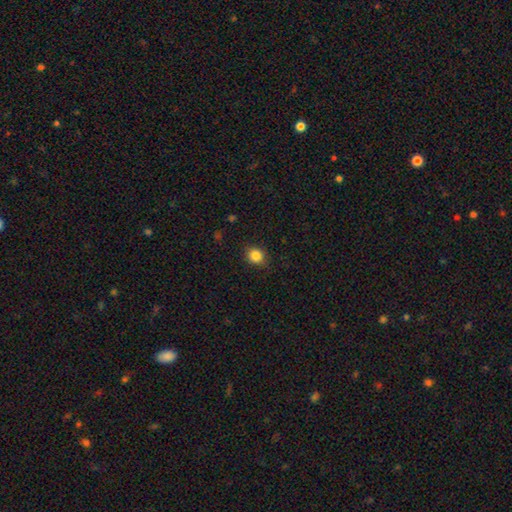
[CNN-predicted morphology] Smooth or featured? smooth (85%)
How rounded? round (81%)
Merging? none (86%)